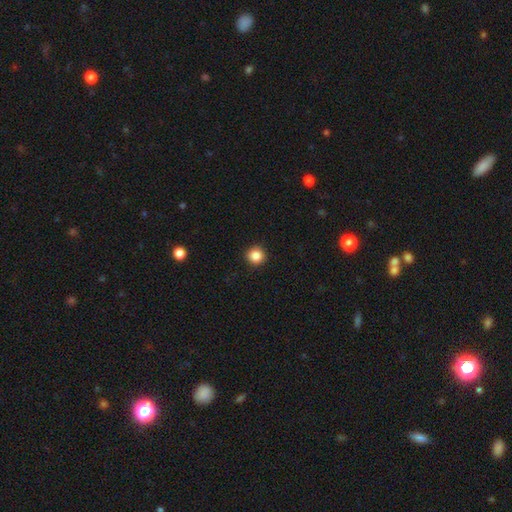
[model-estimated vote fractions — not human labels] Smooth or featured: smooth — 86% (star or artifact — 10%)
How rounded: round — 94% (in between — 5%)
Merging: none — 92% (minor disturbance — 5%)